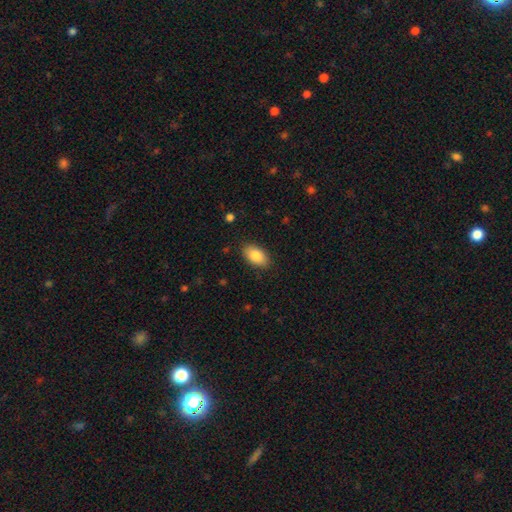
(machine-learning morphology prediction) Smooth or featured: smooth — 86% (featured or disk — 7%)
How rounded: in between — 93% (round — 5%)
Merging: none — 87% (minor disturbance — 10%)